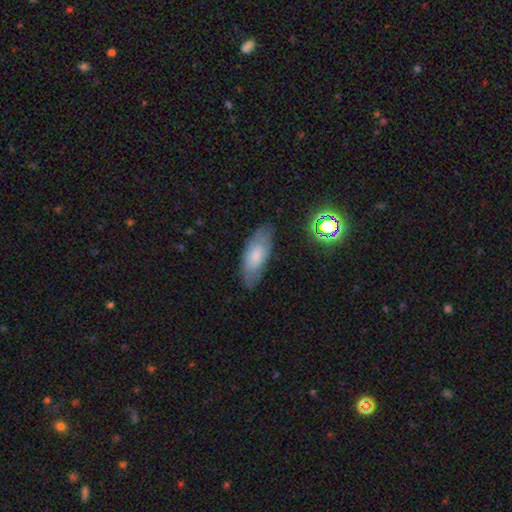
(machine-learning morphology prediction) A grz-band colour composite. It shows a smooth galaxy with no disk features (65%) that is in between round and cigar-shaped (76%). Merging: none (76%).